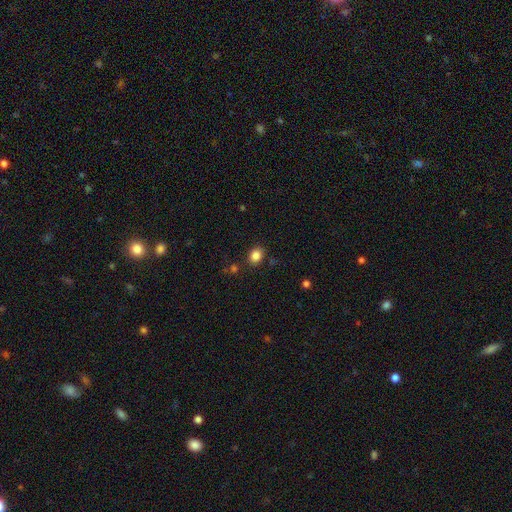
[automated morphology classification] smooth-or-featured: smooth: 85% | star or artifact: 11% | featured or disk: 5%
  how-rounded: round: 51% | in between: 49% | cigar-shaped: 1%
  merging: none: 83% | minor disturbance: 10% | merger: 3% | major disturbance: 3%